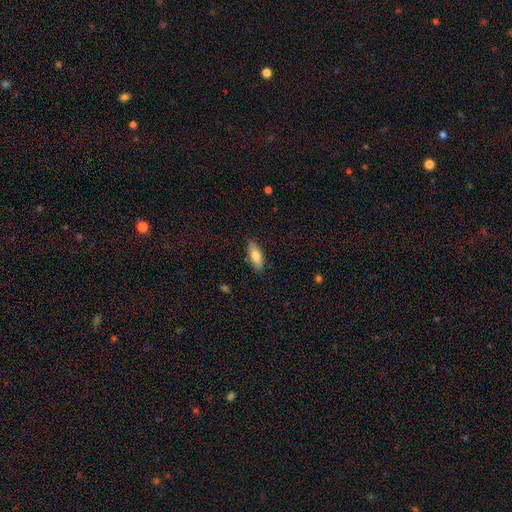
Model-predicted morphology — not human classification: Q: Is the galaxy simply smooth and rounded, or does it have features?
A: smooth — 79%.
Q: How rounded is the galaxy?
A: in between — 74%.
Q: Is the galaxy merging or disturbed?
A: none — 85%.